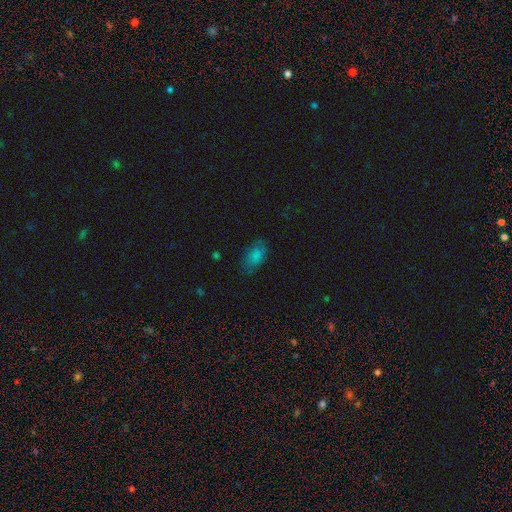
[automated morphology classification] This is likely a smooth galaxy (79%). How rounded: clearly in between (92%). Merging: likely none (73%).